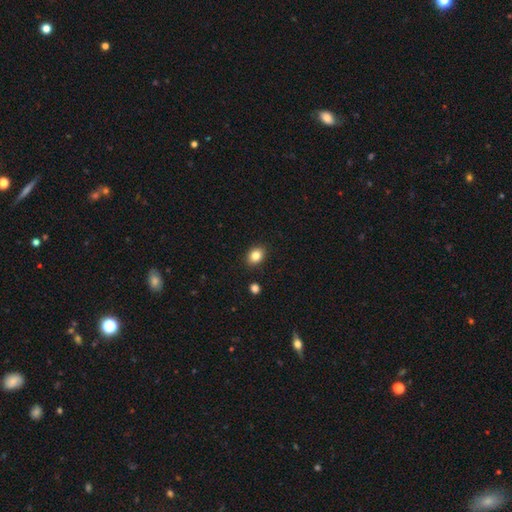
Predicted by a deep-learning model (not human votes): A smooth galaxy with no disk features (84%) that is in between round and cigar-shaped (60%).

Vote fractions:
- Smooth or featured? smooth: 84% / star or artifact: 10% / featured or disk: 7%
- How rounded? in between: 60% / round: 39% / cigar-shaped: 1%
- Merging? none: 89% / minor disturbance: 7% / major disturbance: 2% / merger: 2%